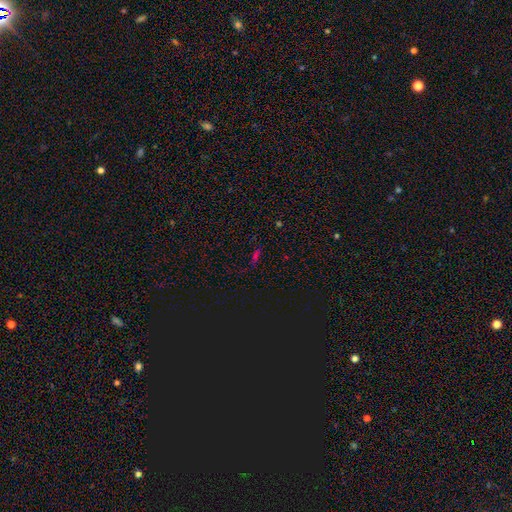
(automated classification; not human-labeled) smooth_or_featured: star or artifact (p=0.45) [alt: smooth p=0.42]